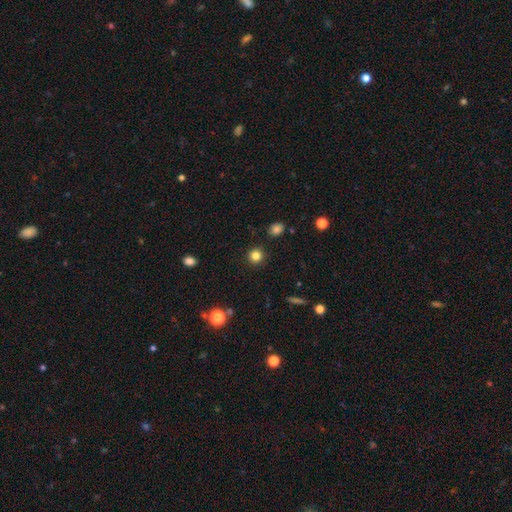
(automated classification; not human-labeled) A smooth galaxy with no disk features (83%) that is round (92%).

Vote fractions:
- Smooth or featured? smooth: 83% / star or artifact: 12% / featured or disk: 5%
- How rounded? round: 92% / in between: 7% / cigar-shaped: 1%
- Merging? none: 90% / minor disturbance: 6% / major disturbance: 2% / merger: 2%